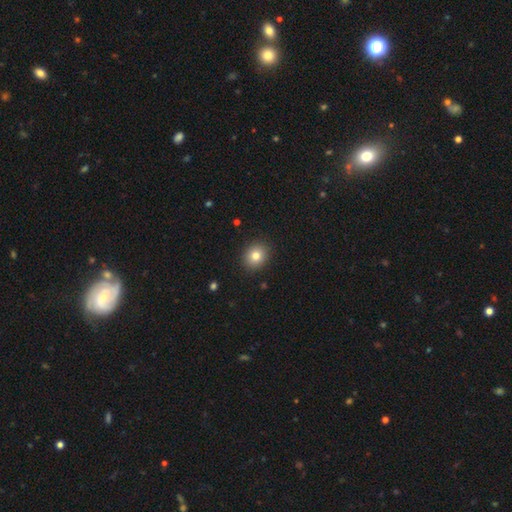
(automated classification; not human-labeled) The model was most divided on "how rounded": round: 69%, in between: 30%, cigar-shaped: 1%. More confident: merging — none (90%); smooth or featured — smooth (80%).